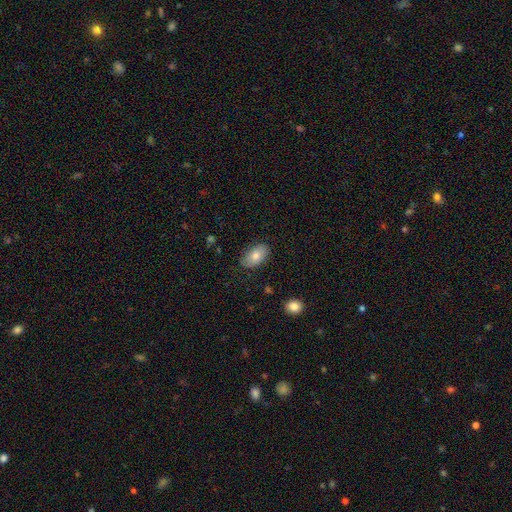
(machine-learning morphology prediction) smooth 78%, featured or disk 15%, star or artifact 7%. Down the decision tree: how rounded — in between (93%); merging — none (81%).